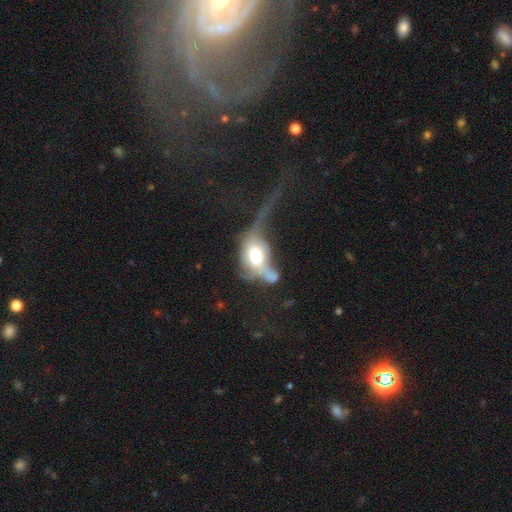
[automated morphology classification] Smooth or featured? smooth (50%)
Merging? major disturbance (52%)